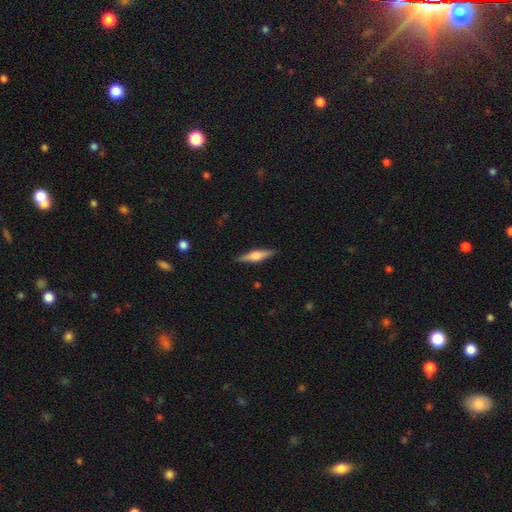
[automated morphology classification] Smooth or featured?
  - featured or disk: 60% *
  - smooth: 34%
  - star or artifact: 6%
Edge-on disk?
  - yes: 96% *
  - no: 4%
Edge-on bulge?
  - rounded: 87% *
  - boxy: 10%
  - none: 3%
Merging?
  - none: 89% *
  - minor disturbance: 8%
  - major disturbance: 2%
  - merger: 1%